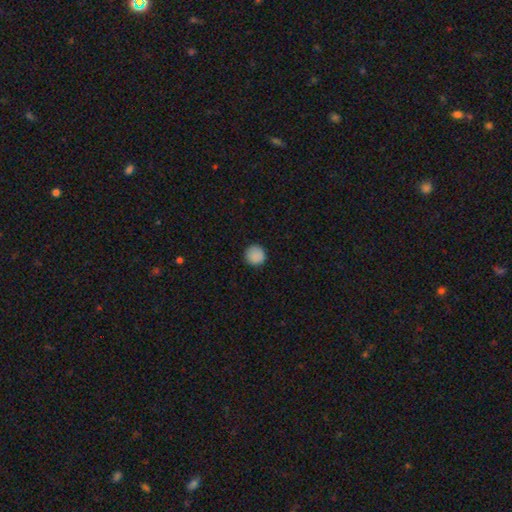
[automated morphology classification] Smooth or featured? smooth (88%)
How rounded? round (95%)
Merging? none (91%)